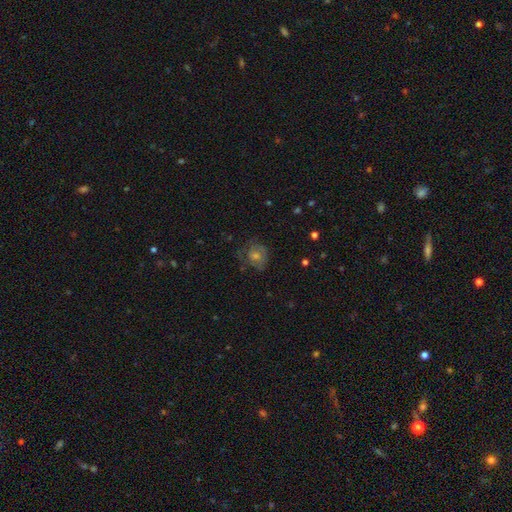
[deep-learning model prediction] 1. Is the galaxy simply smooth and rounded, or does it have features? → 42% smooth, 39% featured or disk, 19% star or artifact.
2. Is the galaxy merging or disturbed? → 67% none, 20% minor disturbance, 12% major disturbance, 2% merger.